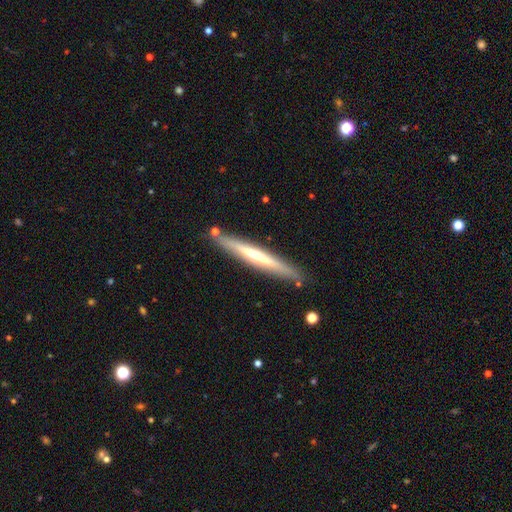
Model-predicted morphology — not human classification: This is possibly a featured or disk galaxy (58%). It is clearly viewed edge-on (94%). Edge-on bulge: possibly rounded (47%). Merging: clearly none (86%).